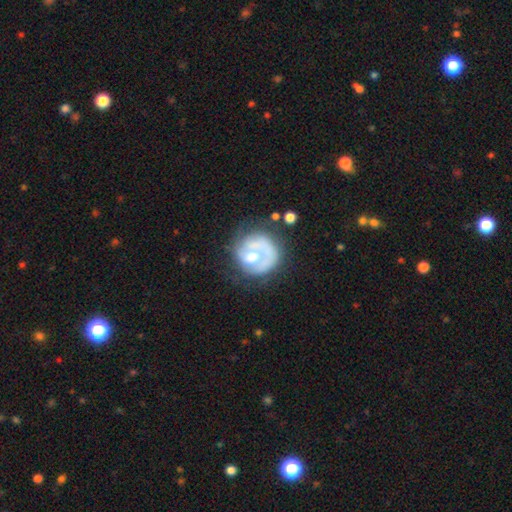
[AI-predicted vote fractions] The model was most divided on "spiral arms": yes: 66%, no: 34%. More confident: edge-on disk — no (98%); bar — no (76%); smooth or featured — featured or disk (65%); bulge size — moderate (56%); merging — none (55%).